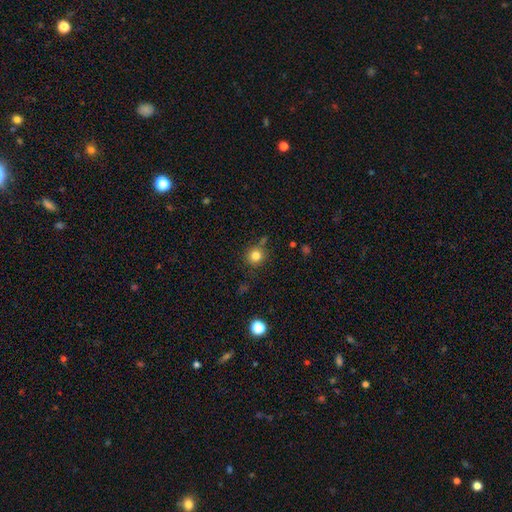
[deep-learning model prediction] Morphology: type=smooth (81%); roundness=round (92%); merging=none (80%).